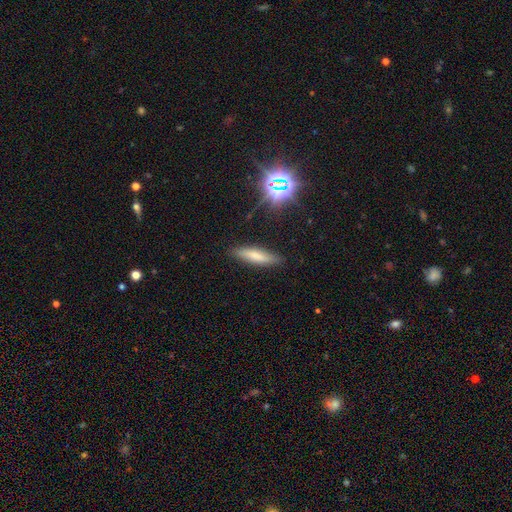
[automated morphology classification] The model was most divided on "smooth or featured": smooth: 69%, featured or disk: 19%, star or artifact: 12%. More confident: merging — none (85%); how rounded — cigar-shaped (75%).